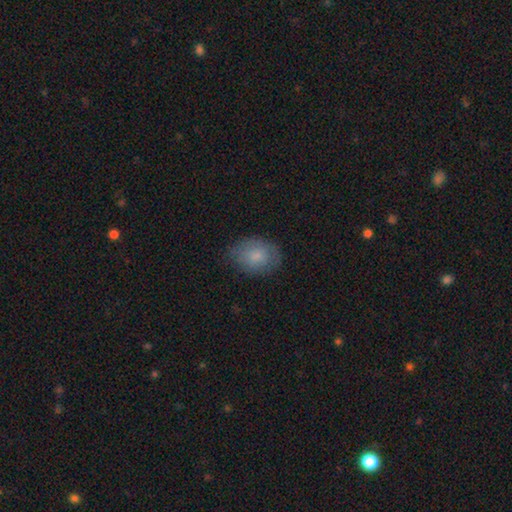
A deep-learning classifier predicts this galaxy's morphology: A smooth galaxy with no disk features (77%) that is in between round and cigar-shaped (69%). Merging: none (71%).